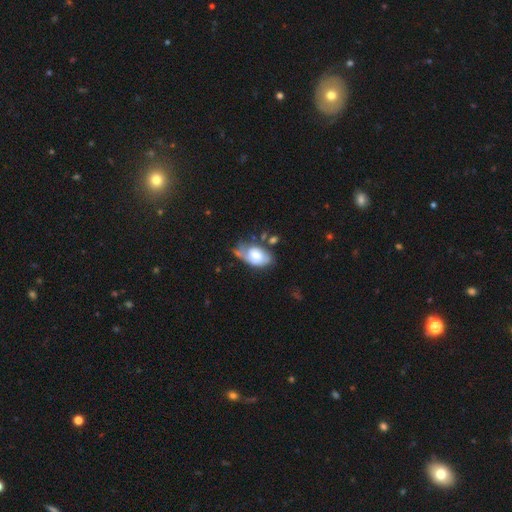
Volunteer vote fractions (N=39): smooth 56%, featured or disk 41%, star or artifact 3%. Down the decision tree: how rounded — in between (91%); merging — minor disturbance (39%).